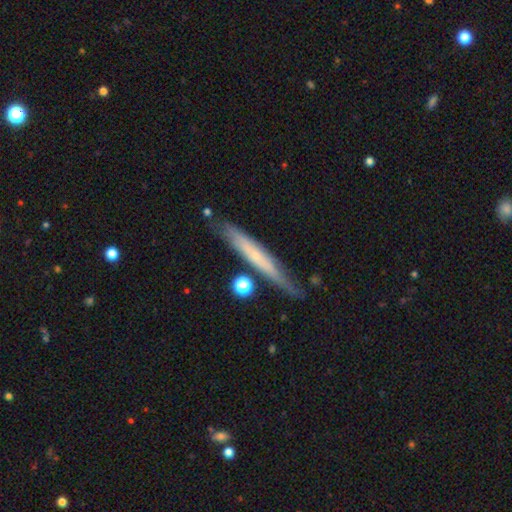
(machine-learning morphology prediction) featured or disk 48%, smooth 45%, star or artifact 7%. Down the decision tree: merging — none (77%).